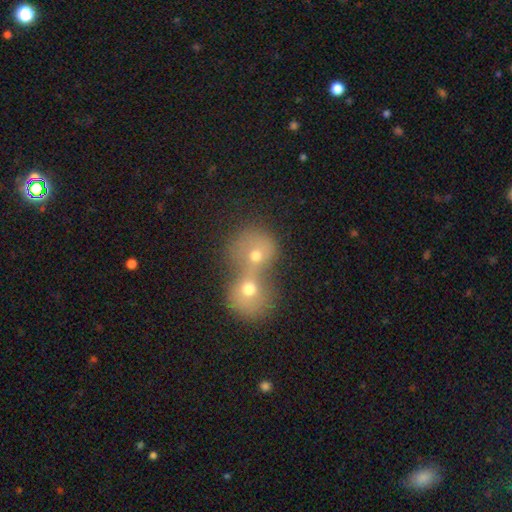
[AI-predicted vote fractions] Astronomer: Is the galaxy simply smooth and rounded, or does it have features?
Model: smooth — 62%.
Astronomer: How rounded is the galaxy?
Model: round — 75%.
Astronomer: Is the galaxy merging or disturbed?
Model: merger — 79%.